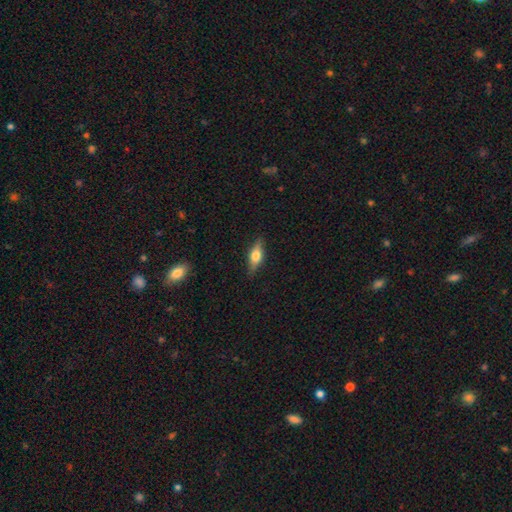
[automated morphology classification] This is possibly a featured or disk galaxy (47%). Merging: clearly none (87%).